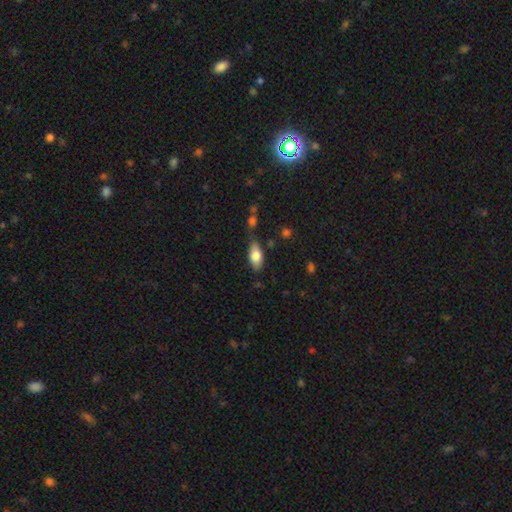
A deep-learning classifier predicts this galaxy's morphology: Smooth or featured? smooth (79%)
How rounded? in between (86%)
Merging? none (65%)